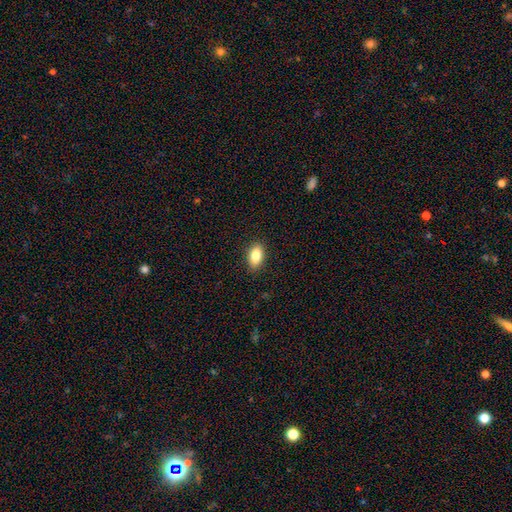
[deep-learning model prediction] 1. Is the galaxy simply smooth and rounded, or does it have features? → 85% smooth, 7% star or artifact, 7% featured or disk.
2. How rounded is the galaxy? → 91% in between, 5% round, 3% cigar-shaped.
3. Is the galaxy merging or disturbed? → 89% none, 8% minor disturbance, 2% major disturbance, 1% merger.